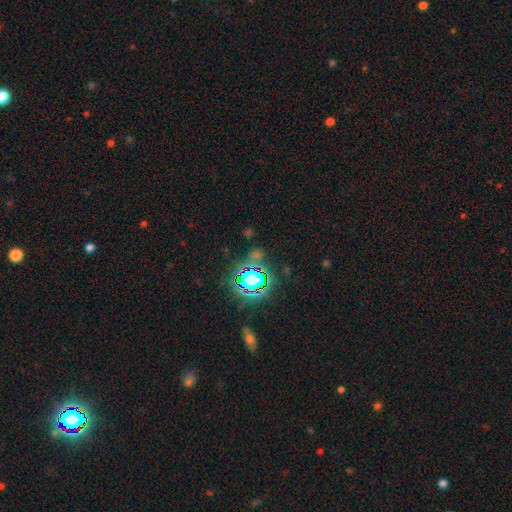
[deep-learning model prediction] The model was most divided on "smooth or featured": star or artifact: 73%, smooth: 18%, featured or disk: 9%.